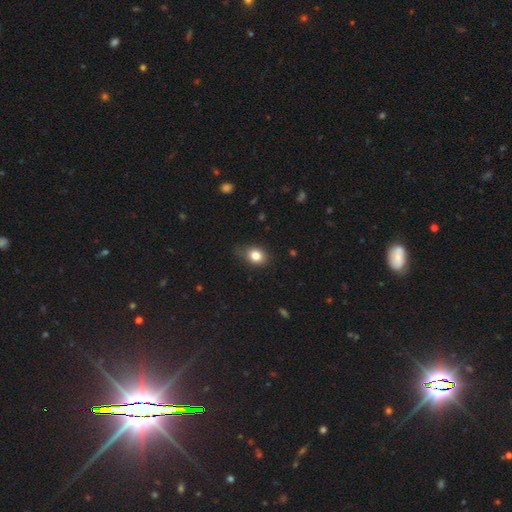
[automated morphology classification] smooth_or_featured: smooth (p=0.81) [alt: star or artifact p=0.11]
how_rounded: in between (p=0.54) [alt: round p=0.45]
merging: none (p=0.68) [alt: minor disturbance p=0.26]